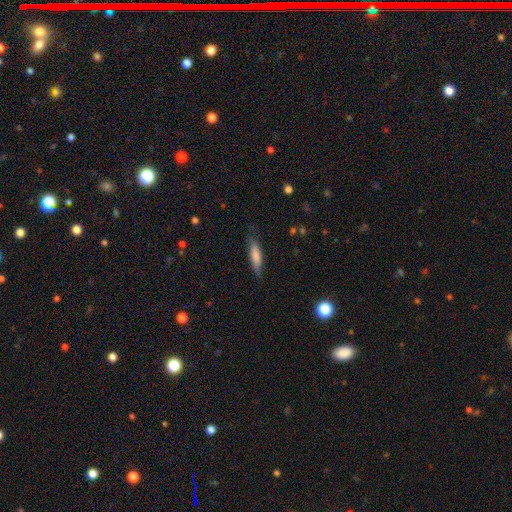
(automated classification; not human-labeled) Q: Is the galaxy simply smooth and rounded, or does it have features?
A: smooth — 76%.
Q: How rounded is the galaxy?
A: cigar-shaped — 73%.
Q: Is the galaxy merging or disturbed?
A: none — 73%.